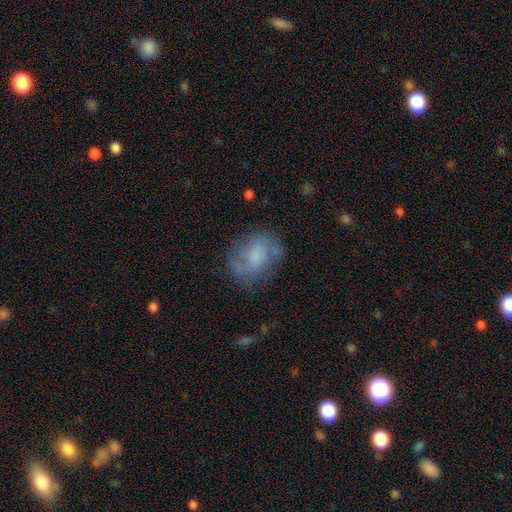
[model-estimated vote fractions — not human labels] This is possibly a featured or disk galaxy (54%). It is clearly not viewed edge-on (97%). Bar: possibly no (56%). Spiral arm pattern: likely yes (79%). Central bulge: marginally none (37%). Merging: likely none (64%).